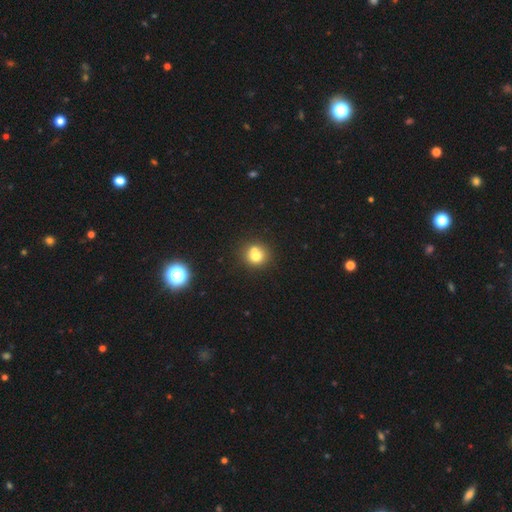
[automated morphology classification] This appears to be a smooth galaxy with no disk features (72%) that is round (87%). Merging: none (50%).